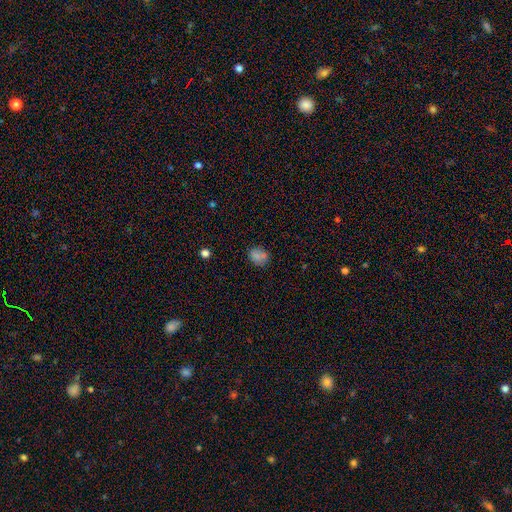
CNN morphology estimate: smooth-or-featured: smooth: 72% | star or artifact: 17% | featured or disk: 11%
  how-rounded: in between: 52% | round: 47% | cigar-shaped: 2%
  merging: none: 67% | minor disturbance: 19% | merger: 8% | major disturbance: 6%